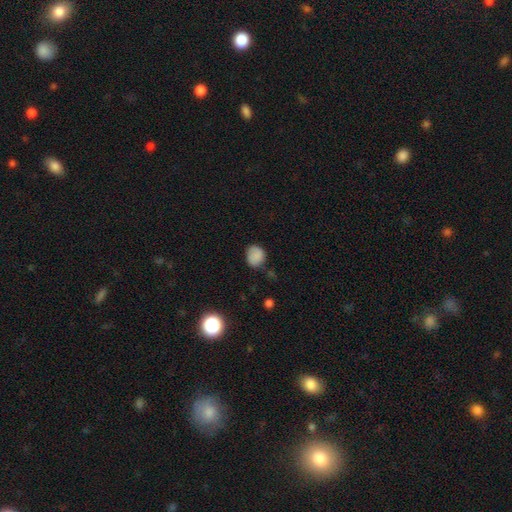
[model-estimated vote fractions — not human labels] This is clearly a smooth galaxy (81%). How rounded: likely round (72%). Merging: likely none (71%).